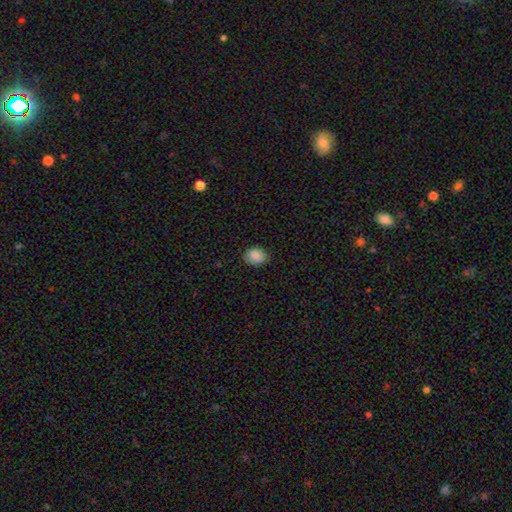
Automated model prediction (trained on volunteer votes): A smooth galaxy with no disk features (88%) that is round (53%). Merging: none (85%).